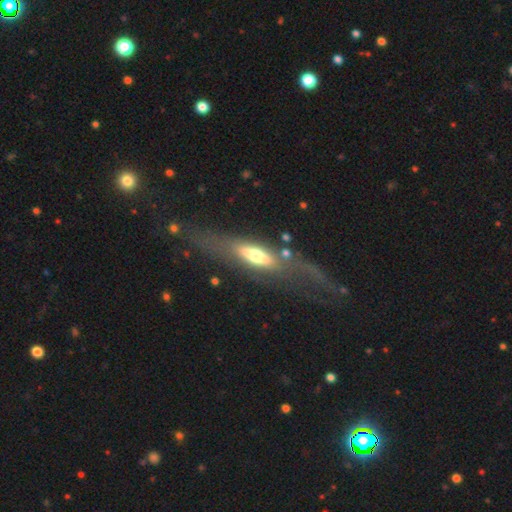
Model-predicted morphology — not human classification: type=featured or disk (52%); edge-on=yes (58%); merging=none (47%).